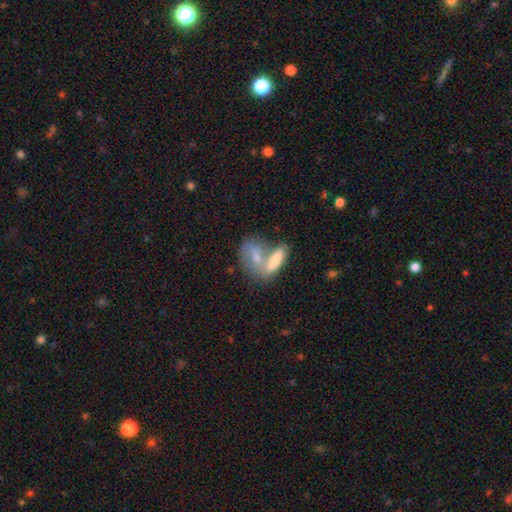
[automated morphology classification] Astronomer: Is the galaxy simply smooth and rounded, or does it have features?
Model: smooth — 66%.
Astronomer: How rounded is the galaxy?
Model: in between — 69%.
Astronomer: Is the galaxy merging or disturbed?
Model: merger — 63%.